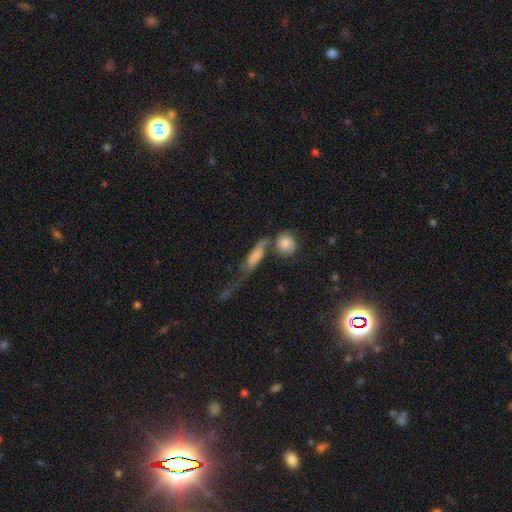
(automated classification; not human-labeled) Q: Smooth or featured?
A: smooth (47%); runner-up: featured or disk (38%)
Q: Merging?
A: none (36%); runner-up: merger (27%)